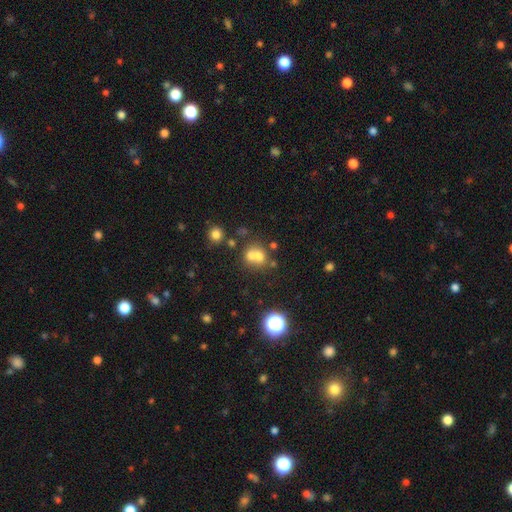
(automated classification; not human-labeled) smooth 64%, featured or disk 18%, star or artifact 17%. Down the decision tree: how rounded — round (75%); merging — merger (56%).